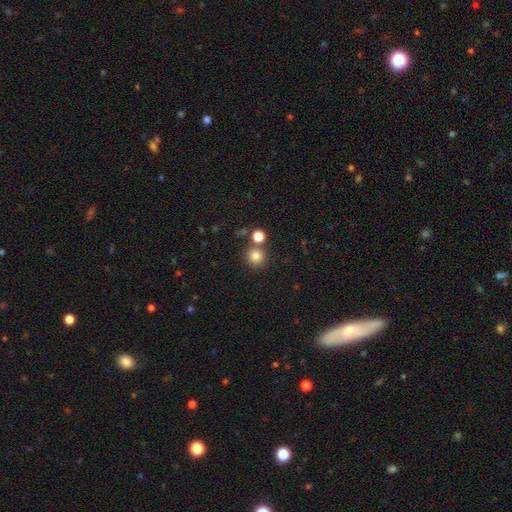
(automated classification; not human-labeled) smooth 82%, star or artifact 12%, featured or disk 5%. Down the decision tree: how rounded — round (91%); merging — none (72%).